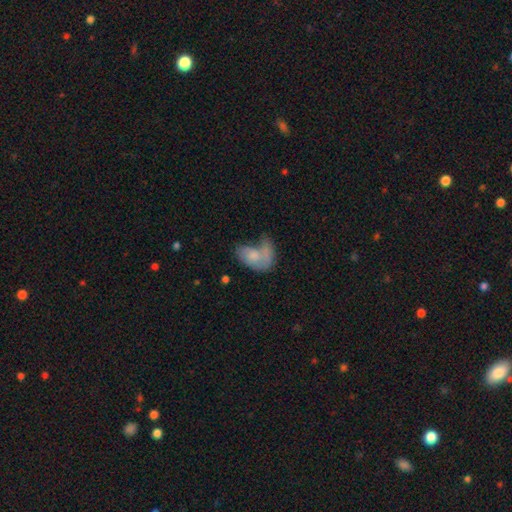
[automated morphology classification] This is likely a smooth galaxy (63%). How rounded: clearly in between (88%). Merging: marginally merger (35%).